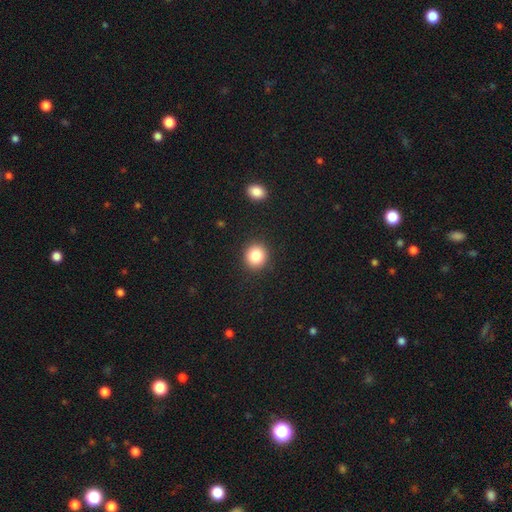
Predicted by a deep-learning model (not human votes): smooth-or-featured: smooth: 84% | star or artifact: 10% | featured or disk: 6%
  how-rounded: round: 86% | in between: 13% | cigar-shaped: 1%
  merging: none: 91% | minor disturbance: 6% | major disturbance: 2% | merger: 1%